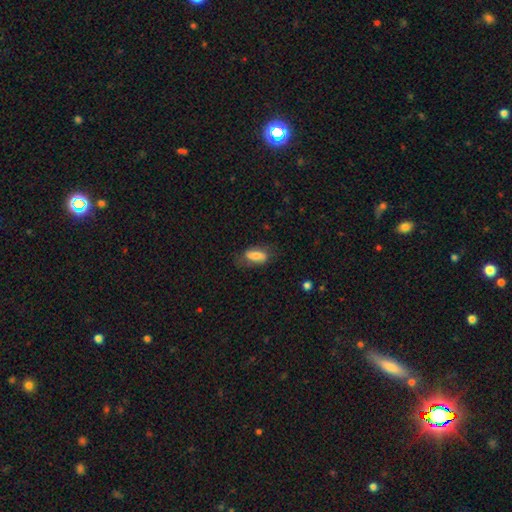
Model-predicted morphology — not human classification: This is likely a smooth galaxy (68%). How rounded: likely in between (80%). Merging: possibly none (57%).